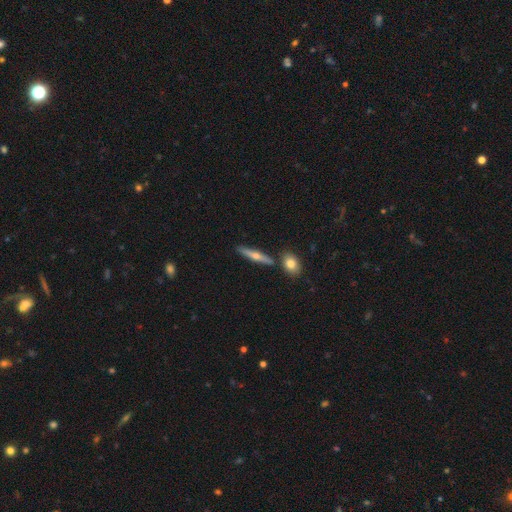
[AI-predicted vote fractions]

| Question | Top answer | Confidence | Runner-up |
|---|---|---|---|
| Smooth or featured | featured or disk | 55% | smooth (38%) |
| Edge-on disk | yes | 94% | no (6%) |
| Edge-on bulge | rounded | 89% | none (8%) |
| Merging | none | 82% | minor disturbance (8%) |